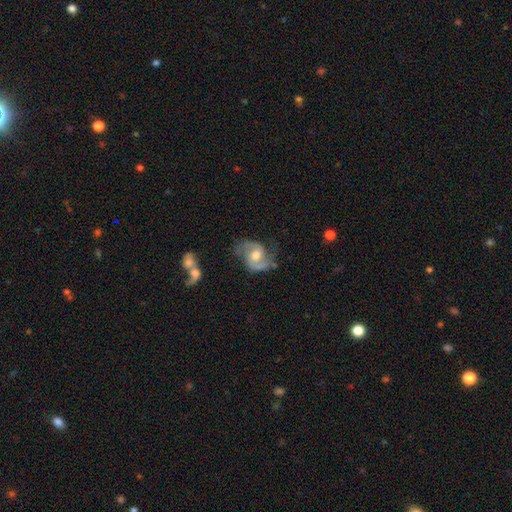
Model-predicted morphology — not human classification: Q: Smooth or featured?
A: featured or disk (85%); runner-up: smooth (9%)
Q: Edge-on disk?
A: no (97%); runner-up: yes (3%)
Q: Bar?
A: no (45%); tied with: weak (45%)
Q: Spiral arms?
A: yes (95%); runner-up: no (5%)
Q: Spiral winding?
A: medium (55%); runner-up: loose (27%)
Q: Spiral arm count?
A: 2 (90%); runner-up: can't tell (4%)
Q: Bulge size?
A: moderate (63%); runner-up: large (17%)
Q: Merging?
A: none (62%); runner-up: minor disturbance (21%)